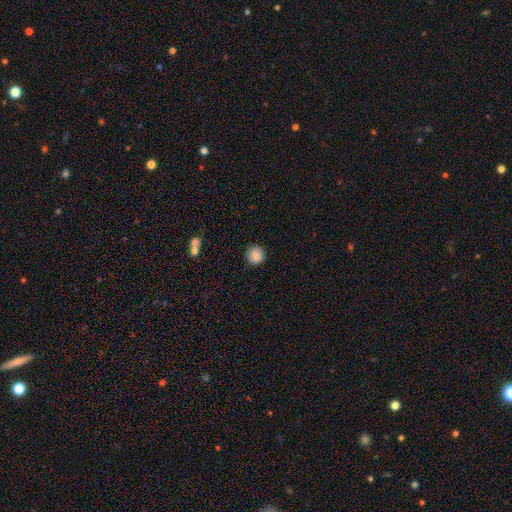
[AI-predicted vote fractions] Overall: smooth (85%). How rounded: round (93%). Merging: none (83%).